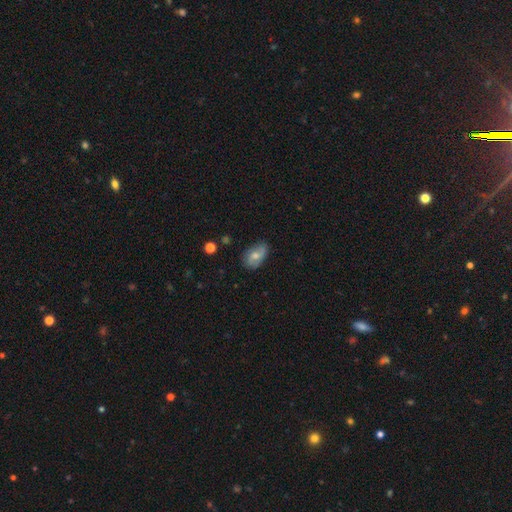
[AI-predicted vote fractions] smooth 55%, featured or disk 36%, star or artifact 8%. Down the decision tree: how rounded — in between (88%); merging — none (66%).